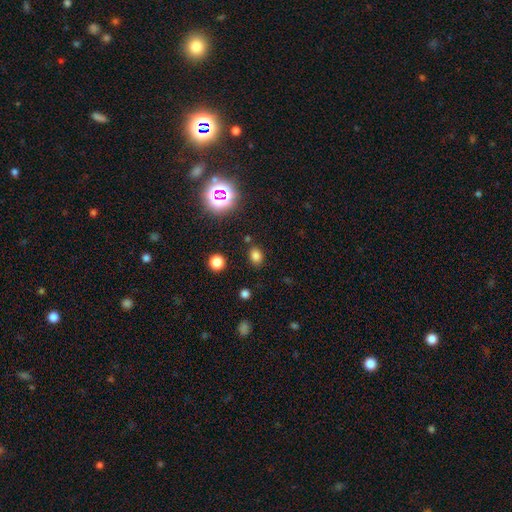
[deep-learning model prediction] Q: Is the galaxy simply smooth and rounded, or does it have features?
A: smooth — 76%.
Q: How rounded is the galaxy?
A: in between — 54%.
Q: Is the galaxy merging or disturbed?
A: none — 82%.